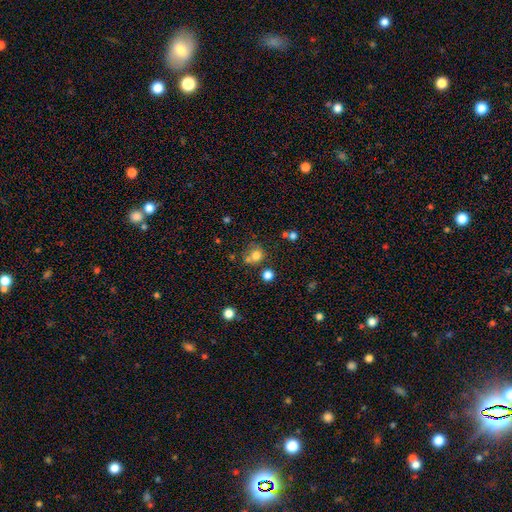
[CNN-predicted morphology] The model was most divided on "merging": none: 54%, merger: 26%, minor disturbance: 13%, major disturbance: 7%. More confident: how rounded — round (81%); smooth or featured — smooth (75%).